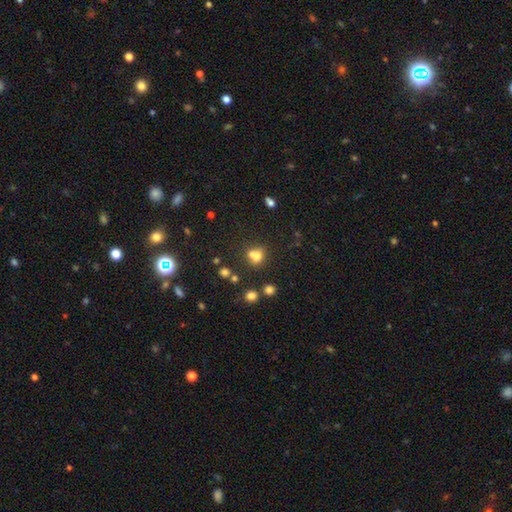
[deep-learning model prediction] Q: Smooth or featured?
A: smooth (68%); runner-up: star or artifact (18%)
Q: How rounded?
A: round (68%); runner-up: in between (30%)
Q: Merging?
A: merger (47%); runner-up: none (38%)